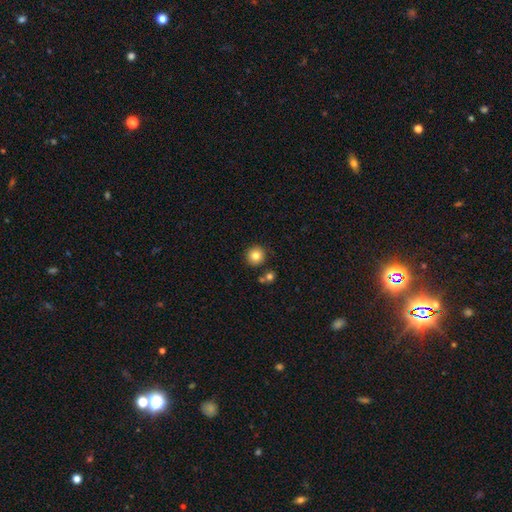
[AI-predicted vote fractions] Smooth or featured?
  - smooth: 82% *
  - star or artifact: 11%
  - featured or disk: 7%
How rounded?
  - round: 94% *
  - in between: 5%
  - cigar-shaped: 1%
Merging?
  - none: 86% *
  - minor disturbance: 7%
  - merger: 5%
  - major disturbance: 2%